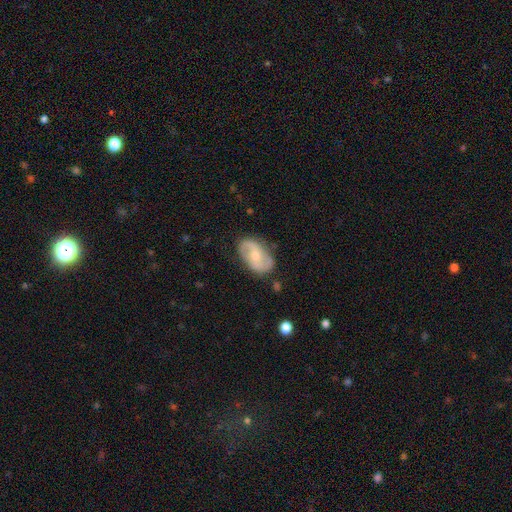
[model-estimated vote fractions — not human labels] A featured or disk galaxy (67%) with no bar (46%), 2 (86%) medium (41%, tied with loose) spiral arms (83%) and a moderate central bulge (54%).

Vote fractions:
- Smooth or featured? featured or disk: 67% / smooth: 28% / star or artifact: 6%
- Edge-on disk? no: 96% / yes: 4%
- Bar? no: 46% / weak: 40% / strong: 14%
- Spiral arms? yes: 83% / no: 17%
- Spiral winding? medium: 41% (tied) / loose: 41% (tied) / tight: 19%
- Spiral arm count? 2: 86% / can't tell: 8% / 1: 3% / 3: 1% / 4: 1% / more than 4: 1%
- Bulge size? moderate: 54% / small: 41% / large: 2% / none: 2% / dominant: 1%
- Merging? none: 77% / minor disturbance: 17% / major disturbance: 4% / merger: 2%